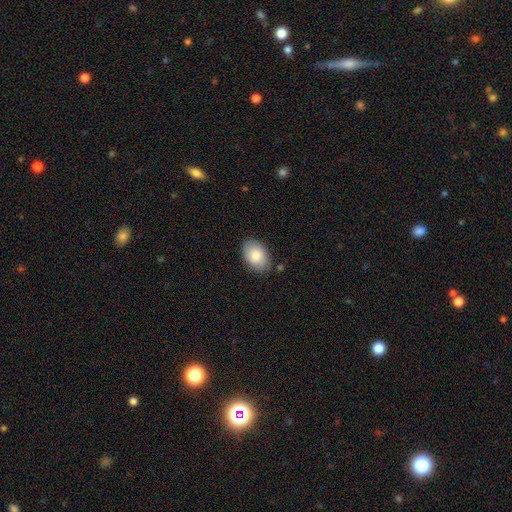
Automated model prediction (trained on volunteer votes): A smooth galaxy with no disk features (82%) that is in between round and cigar-shaped (86%). Merging: none (81%).